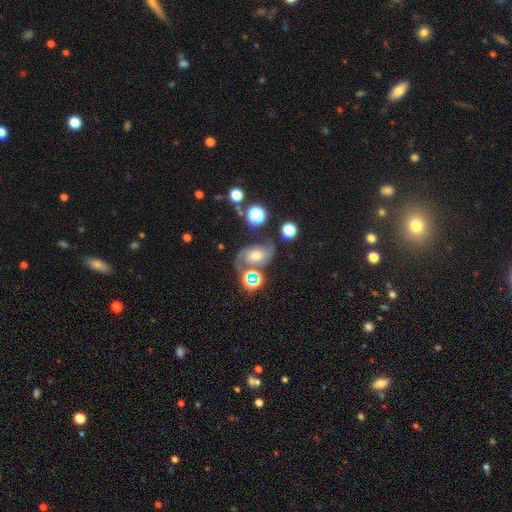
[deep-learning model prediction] Overall: featured or disk (63%). Edge-on disk: no (96%). Bar: no (56%; weak 34%). Spiral arms: yes (88%). Spiral arm count: 2 (80%). Spiral winding: medium (49%; loose 27%). Bulge size: moderate (50%; small 26%). Merging: none (51%; minor disturbance 18%).